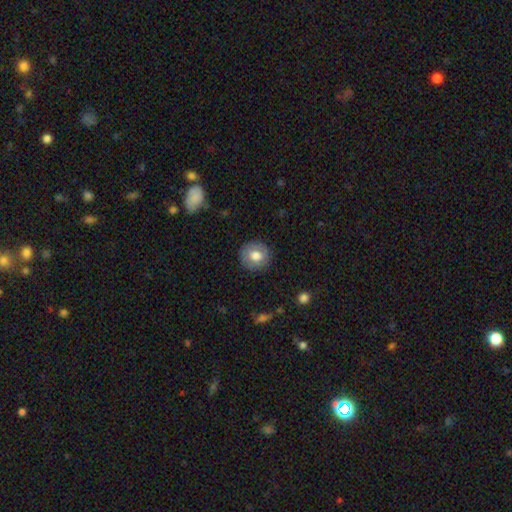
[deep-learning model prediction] The model was most divided on "smooth or featured": smooth: 76%, featured or disk: 16%, star or artifact: 8%. More confident: how rounded — round (89%); merging — none (88%).